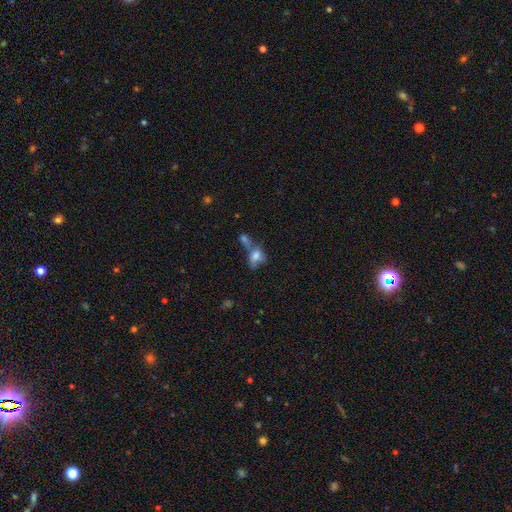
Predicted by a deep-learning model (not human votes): Morphology: type=smooth (64%); roundness=in between (67%); merging=merger (56%).